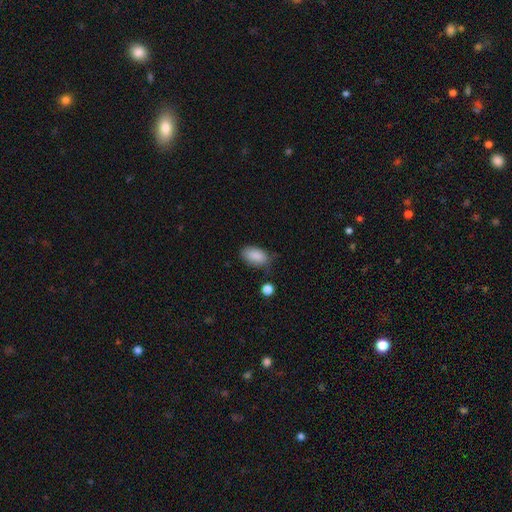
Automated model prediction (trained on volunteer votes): A smooth galaxy with no disk features (88%) that is in between round and cigar-shaped (93%). Merging: none (67%).